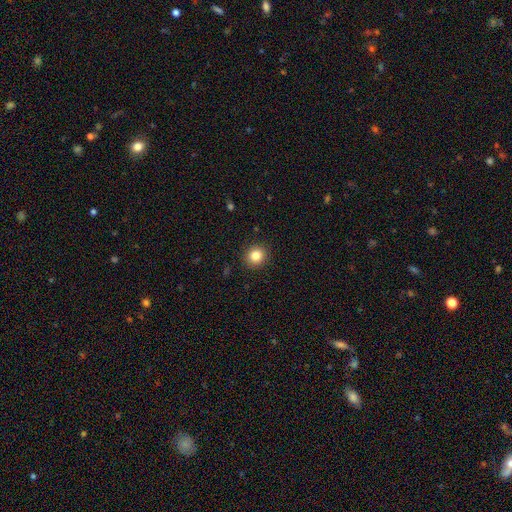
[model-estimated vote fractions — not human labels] Q: Smooth or featured?
A: smooth (83%); runner-up: star or artifact (11%)
Q: How rounded?
A: round (90%); runner-up: in between (9%)
Q: Merging?
A: none (92%); runner-up: minor disturbance (6%)